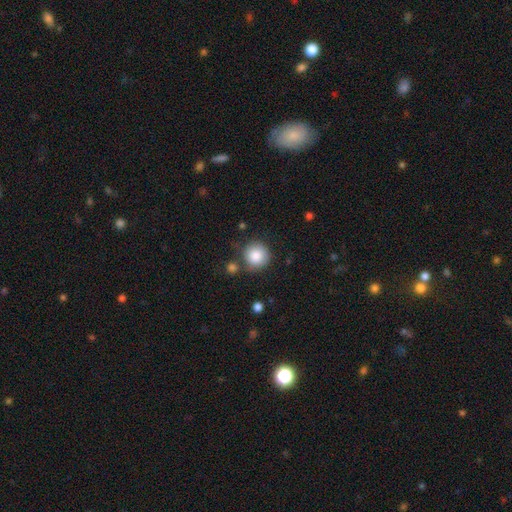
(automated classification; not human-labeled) The model was most divided on "merging": none: 77%, minor disturbance: 12%, merger: 7%, major disturbance: 4%. More confident: how rounded — round (94%); smooth or featured — smooth (86%).